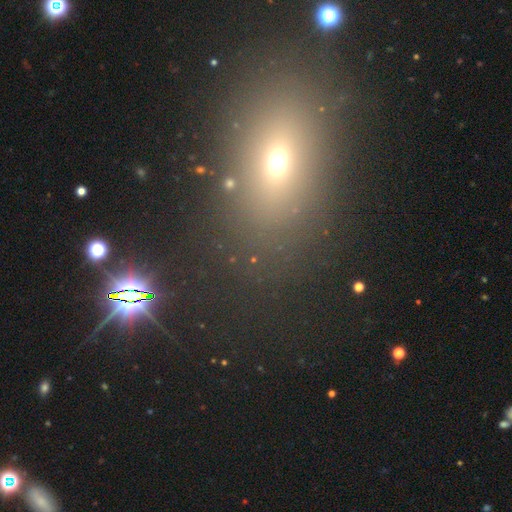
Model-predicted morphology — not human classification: This is possibly a smooth galaxy (47%). Merging: clearly none (82%).